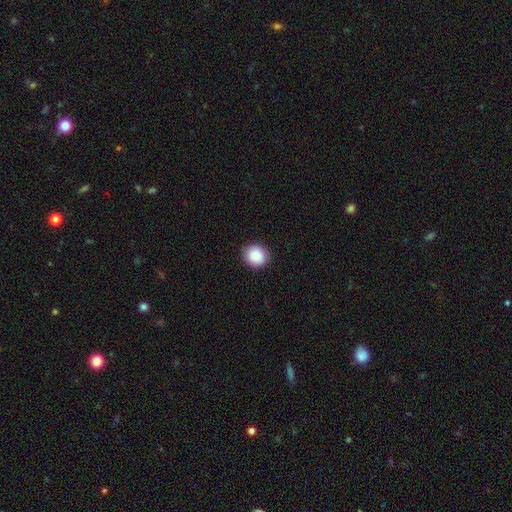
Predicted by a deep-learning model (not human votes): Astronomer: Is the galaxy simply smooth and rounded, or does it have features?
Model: smooth — 87%.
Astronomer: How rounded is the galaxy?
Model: round — 84%.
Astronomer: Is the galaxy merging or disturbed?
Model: none — 90%.